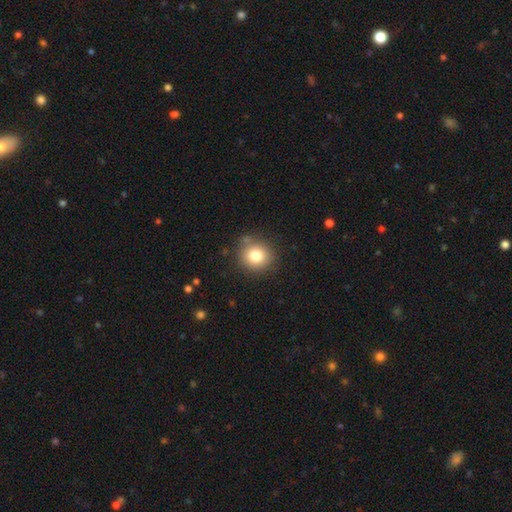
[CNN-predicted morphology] This is likely a smooth galaxy (79%). How rounded: clearly round (87%). Merging: clearly none (82%).